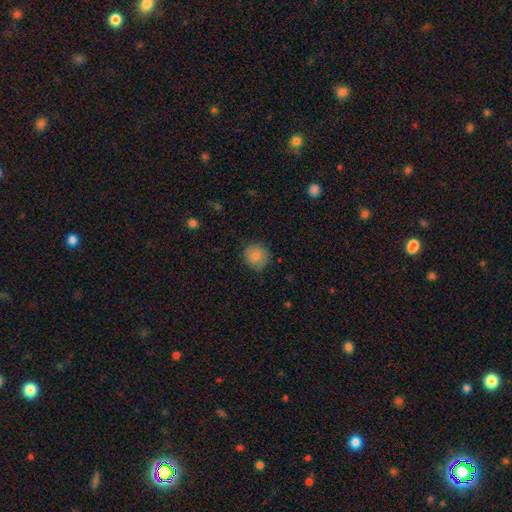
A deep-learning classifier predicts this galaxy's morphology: Smooth or featured: smooth — 84% (star or artifact — 8%)
How rounded: round — 88% (in between — 11%)
Merging: none — 78% (minor disturbance — 17%)